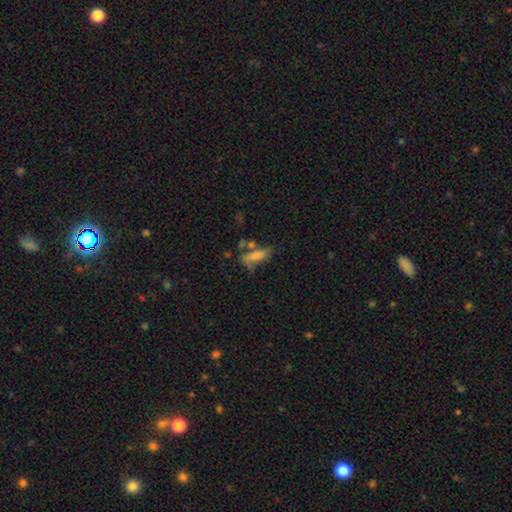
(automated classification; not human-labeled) This is possibly a smooth galaxy (60%). How rounded: likely in between (65%). Merging: marginally none (38%).